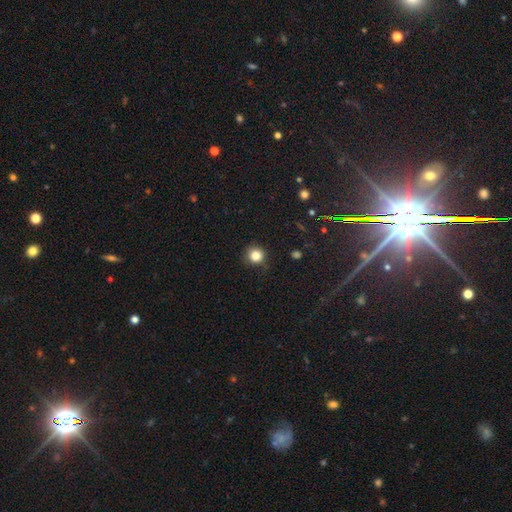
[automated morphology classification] Smooth or featured? smooth (83%)
How rounded? round (94%)
Merging? none (89%)